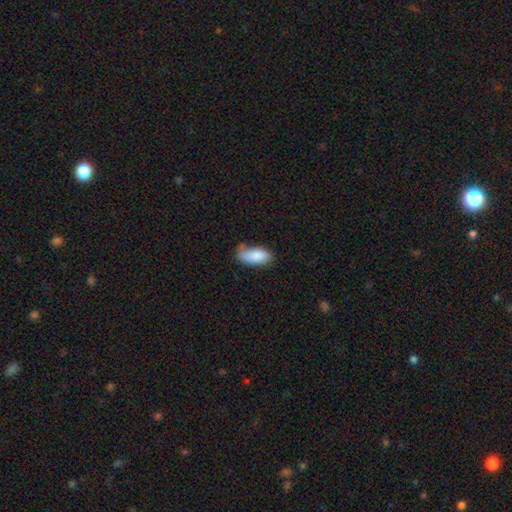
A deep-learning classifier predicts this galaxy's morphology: Smooth or featured? smooth (85%)
How rounded? in between (90%)
Merging? none (55%)